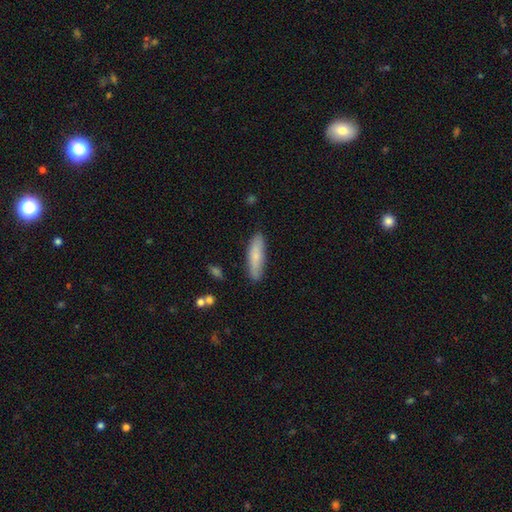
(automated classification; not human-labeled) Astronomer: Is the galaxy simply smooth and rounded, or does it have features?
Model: smooth — 77%.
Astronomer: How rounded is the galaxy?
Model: cigar-shaped — 69%.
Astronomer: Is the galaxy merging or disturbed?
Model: none — 83%.